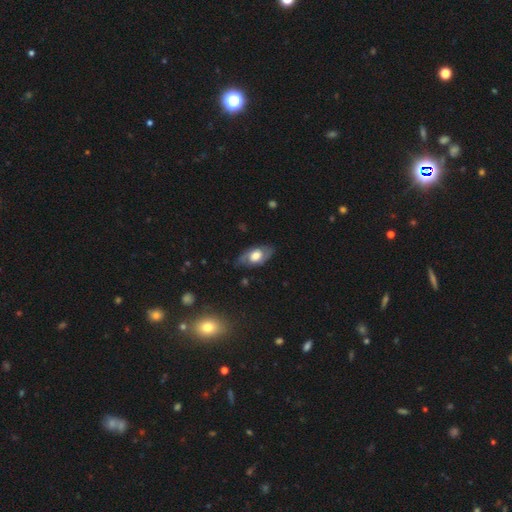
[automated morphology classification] Overall: smooth (49%; featured or disk 44%). Merging: none (76%).